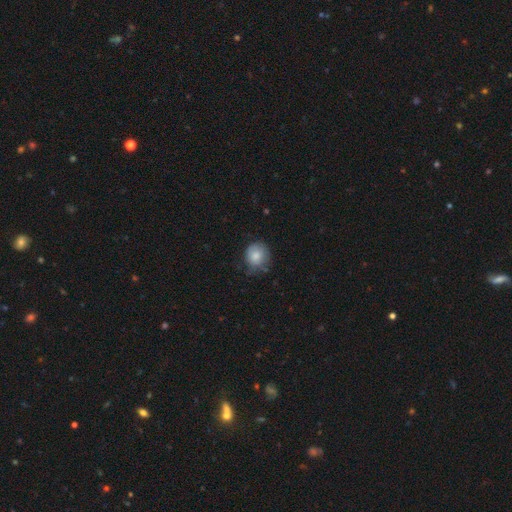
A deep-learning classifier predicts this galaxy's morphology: A smooth galaxy with no disk features (82%) that is round (80%).

Vote fractions:
- Smooth or featured? smooth: 82% / featured or disk: 10% / star or artifact: 8%
- How rounded? round: 80% / in between: 19% / cigar-shaped: 1%
- Merging? none: 60% / minor disturbance: 31% / major disturbance: 7% / merger: 2%